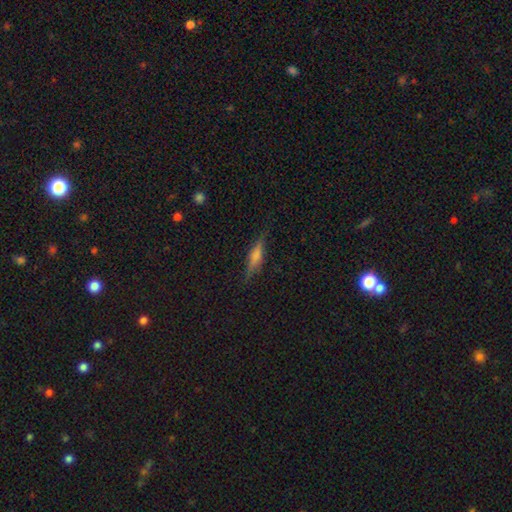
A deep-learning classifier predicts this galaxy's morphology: Smooth or featured? Predicted: featured or disk (p=0.47). Merging? Predicted: none (p=0.82).